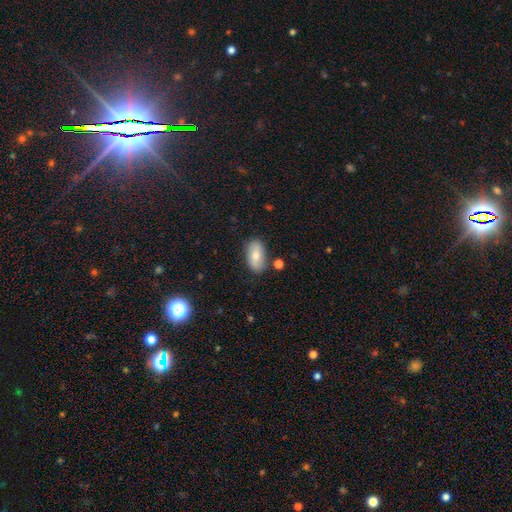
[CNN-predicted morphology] smooth 68%, featured or disk 25%, star or artifact 7%. Down the decision tree: how rounded — in between (92%); merging — none (78%).